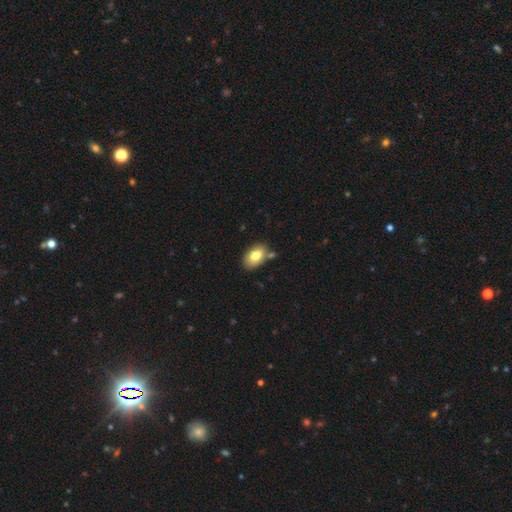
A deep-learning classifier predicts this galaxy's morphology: Smooth or featured: smooth — 80% (featured or disk — 13%)
How rounded: in between — 91% (round — 8%)
Merging: none — 70% (minor disturbance — 17%)